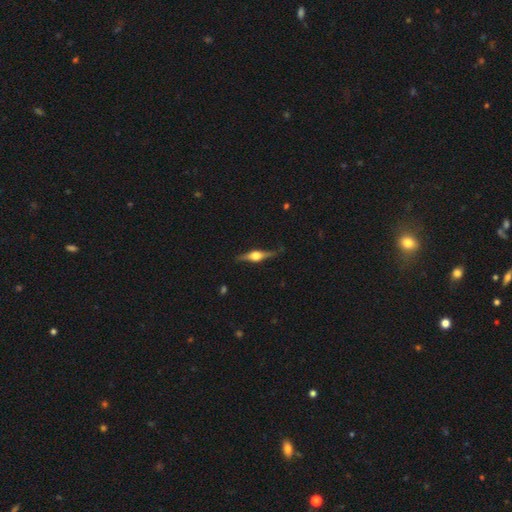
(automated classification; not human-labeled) Overall: featured or disk (79%). Edge-on disk: yes (97%). Edge-on bulge: rounded (94%). Merging: none (86%).